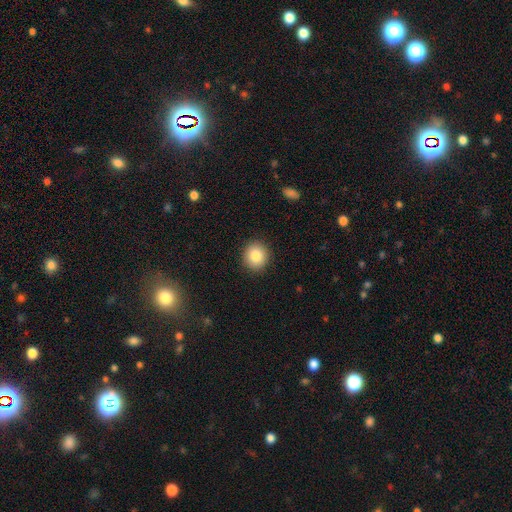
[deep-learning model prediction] A smooth galaxy with no disk features (85%) that is round (85%).

Vote fractions:
- Smooth or featured? smooth: 85% / star or artifact: 9% / featured or disk: 6%
- How rounded? round: 85% / in between: 14% / cigar-shaped: 1%
- Merging? none: 91% / minor disturbance: 6% / major disturbance: 2% / merger: 1%